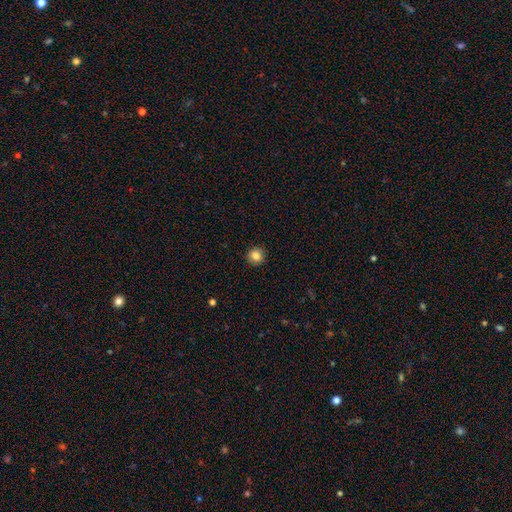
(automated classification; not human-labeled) smooth 84%, star or artifact 10%, featured or disk 5%. Down the decision tree: how rounded — round (91%); merging — none (92%).